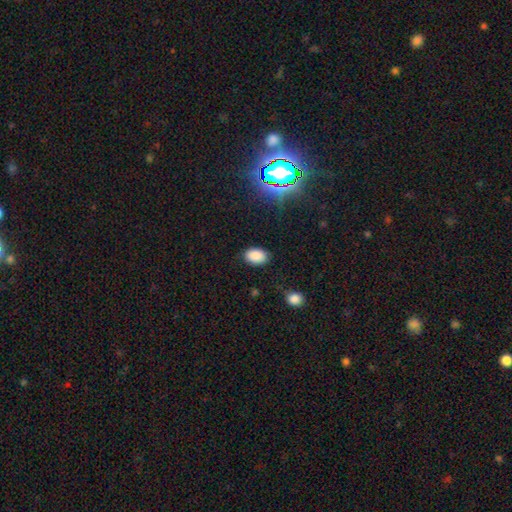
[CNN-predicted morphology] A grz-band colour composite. It shows a smooth galaxy with no disk features (86%) that is in between round and cigar-shaped (84%). Merging: none (84%).